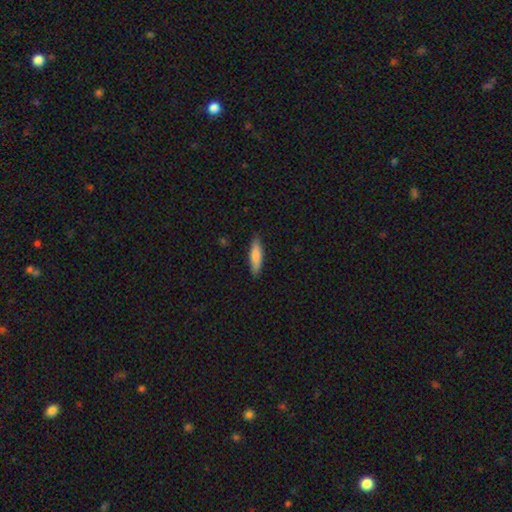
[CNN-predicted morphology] Smooth or featured: smooth — 82% (featured or disk — 13%)
How rounded: cigar-shaped — 67% (in between — 32%)
Merging: none — 88% (minor disturbance — 9%)